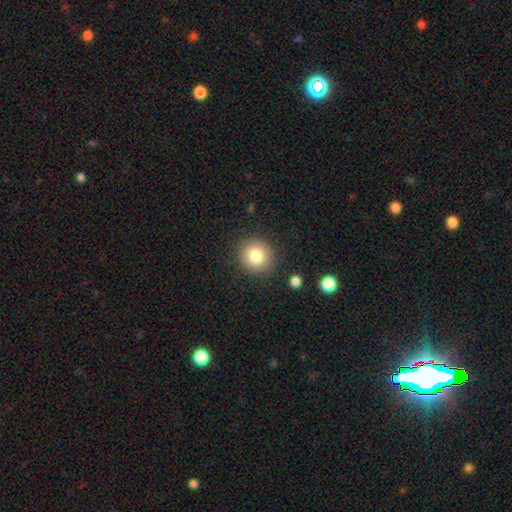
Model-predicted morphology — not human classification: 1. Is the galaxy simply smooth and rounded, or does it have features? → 81% smooth, 10% star or artifact, 9% featured or disk.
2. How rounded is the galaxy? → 91% round, 8% in between, 1% cigar-shaped.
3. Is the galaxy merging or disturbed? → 88% none, 8% minor disturbance, 3% major disturbance, 2% merger.